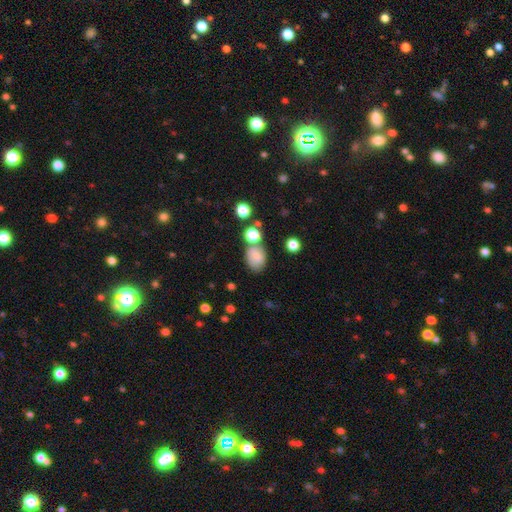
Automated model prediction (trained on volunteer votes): A smooth galaxy with no disk features (78%) that is in between round and cigar-shaped (72%). Merging: none (59%).